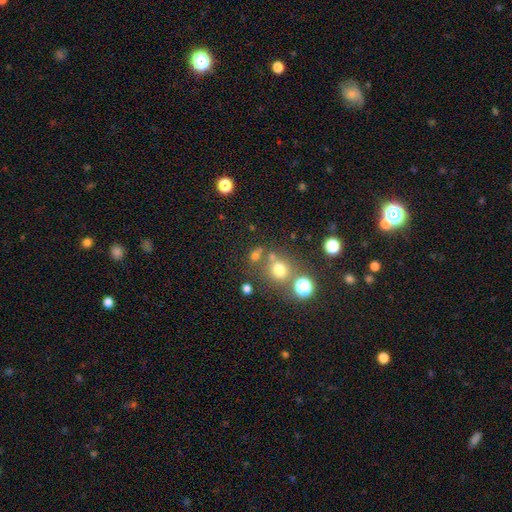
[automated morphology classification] A smooth galaxy with no disk features (63%) that is round (79%). Merging: none (63%).